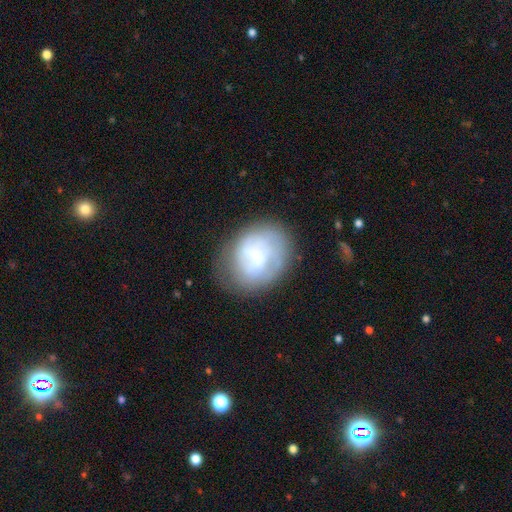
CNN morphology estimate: type=smooth (49%); merging=none (59%).